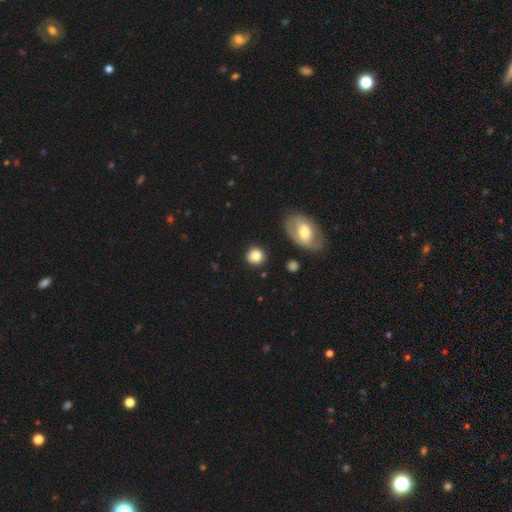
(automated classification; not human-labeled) This is clearly a smooth galaxy (82%). How rounded: clearly round (87%). Merging: clearly none (84%).